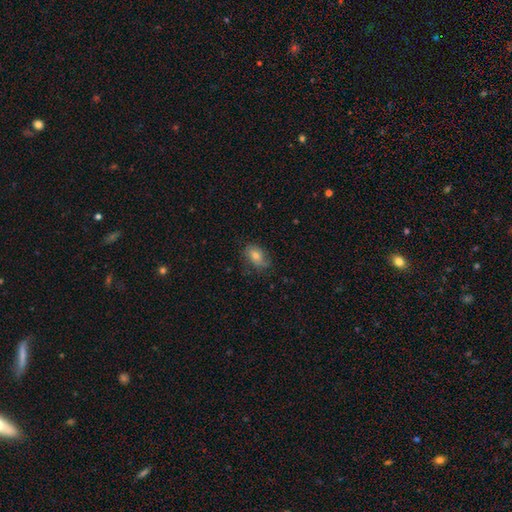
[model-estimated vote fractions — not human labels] Smooth or featured?
  - smooth: 54% *
  - featured or disk: 35%
  - star or artifact: 11%
How rounded?
  - in between: 81% *
  - round: 17%
  - cigar-shaped: 2%
Merging?
  - none: 67% *
  - minor disturbance: 23%
  - major disturbance: 8%
  - merger: 1%